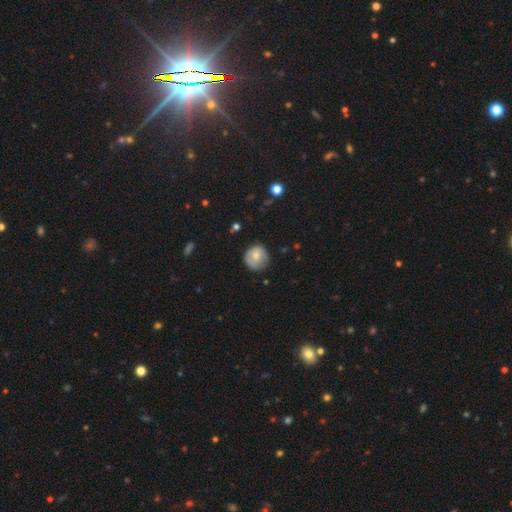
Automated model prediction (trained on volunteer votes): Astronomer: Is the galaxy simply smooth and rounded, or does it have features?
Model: smooth — 70%.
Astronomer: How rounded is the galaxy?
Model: round — 89%.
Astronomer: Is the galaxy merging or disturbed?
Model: none — 73%.